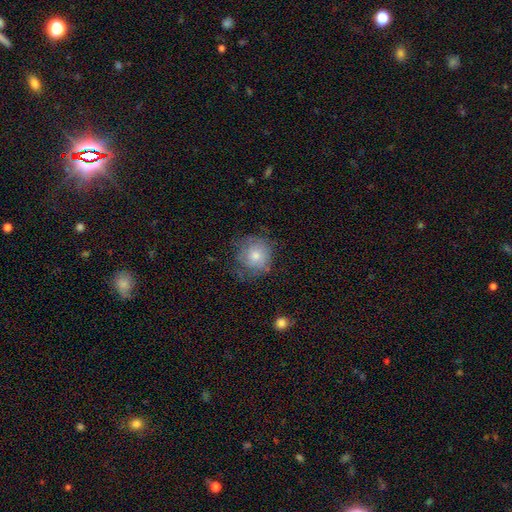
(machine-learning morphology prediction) The model was most divided on "merging": none: 63%, minor disturbance: 24%, major disturbance: 11%, merger: 2%. More confident: how rounded — round (87%); smooth or featured — smooth (65%).